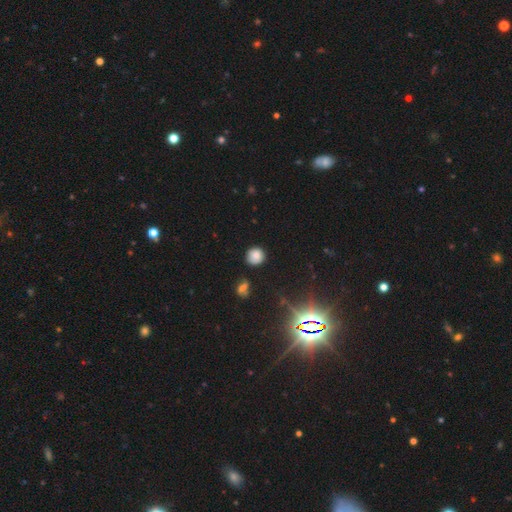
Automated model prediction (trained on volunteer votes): This is likely a smooth galaxy (77%). How rounded: clearly round (88%). Merging: clearly none (82%).